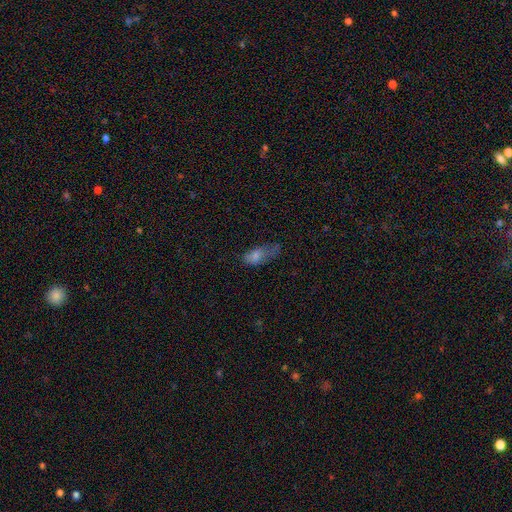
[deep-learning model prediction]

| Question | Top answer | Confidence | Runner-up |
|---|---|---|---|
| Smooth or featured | smooth | 66% | featured or disk (21%) |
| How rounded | in between | 77% | cigar-shaped (17%) |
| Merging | none | 35% | minor disturbance (33%) |